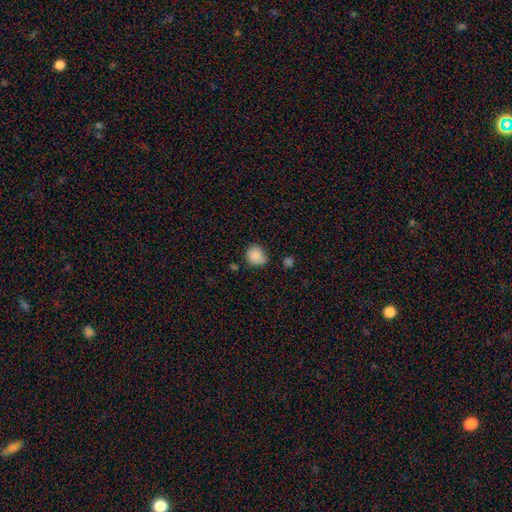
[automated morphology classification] smooth_or_featured: smooth (p=0.86) [alt: star or artifact p=0.09]
how_rounded: round (p=0.83) [alt: in between p=0.16]
merging: none (p=0.65) [alt: minor disturbance p=0.26]